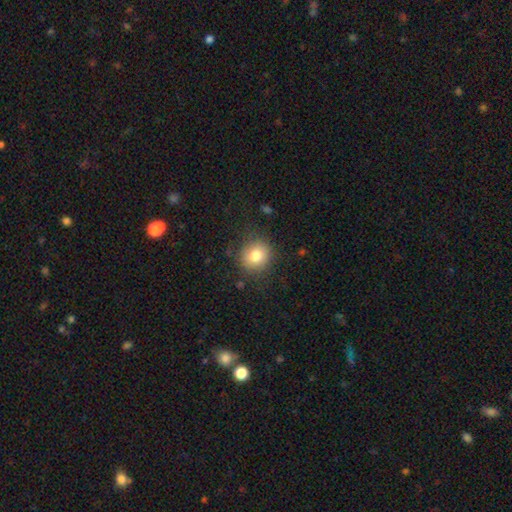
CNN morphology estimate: smooth-or-featured: smooth: 79% | star or artifact: 11% | featured or disk: 10%
  how-rounded: round: 87% | in between: 13% | cigar-shaped: 1%
  merging: none: 85% | minor disturbance: 10% | major disturbance: 4% | merger: 1%